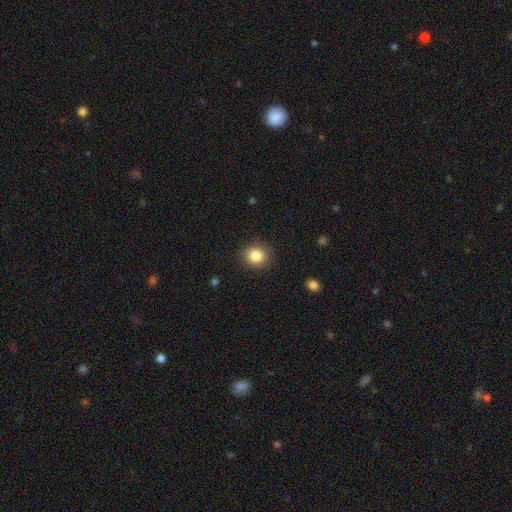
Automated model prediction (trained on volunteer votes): Overall: smooth (84%). How rounded: round (82%). Merging: none (88%).